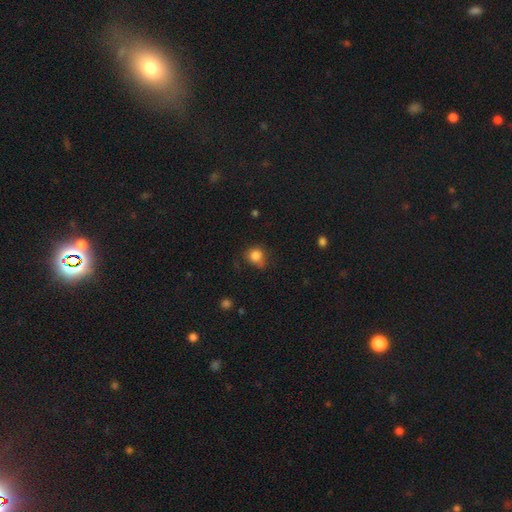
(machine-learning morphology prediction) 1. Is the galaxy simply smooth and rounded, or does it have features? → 83% smooth, 11% star or artifact, 6% featured or disk.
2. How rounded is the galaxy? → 78% round, 21% in between, 1% cigar-shaped.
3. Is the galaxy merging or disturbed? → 65% none, 26% minor disturbance, 7% major disturbance, 2% merger.